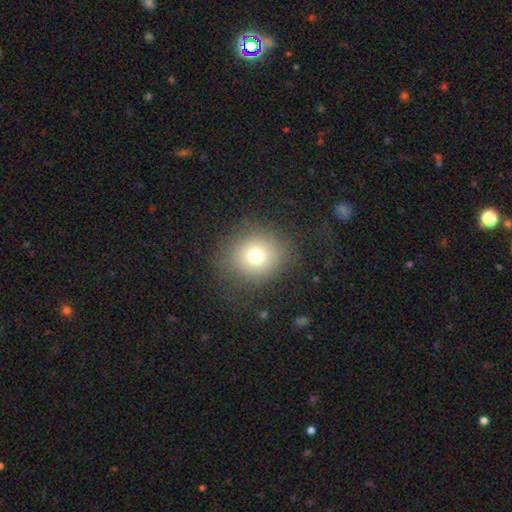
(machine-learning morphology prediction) type=smooth (73%); roundness=round (84%); merging=none (78%).